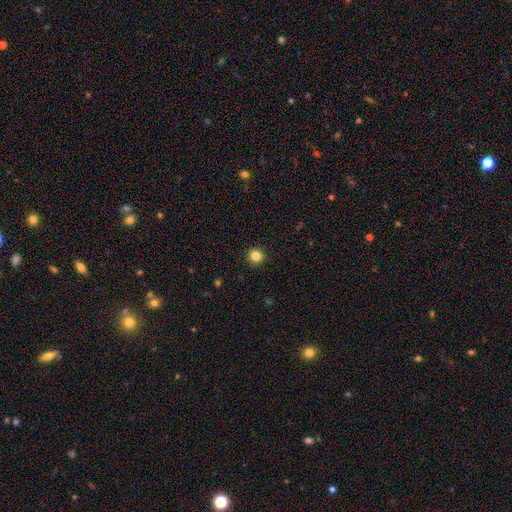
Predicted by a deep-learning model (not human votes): A smooth galaxy with no disk features (84%) that is round (93%).

Vote fractions:
- Smooth or featured? smooth: 84% / star or artifact: 11% / featured or disk: 4%
- How rounded? round: 93% / in between: 6% / cigar-shaped: 1%
- Merging? none: 93% / minor disturbance: 4% / major disturbance: 2% / merger: 1%